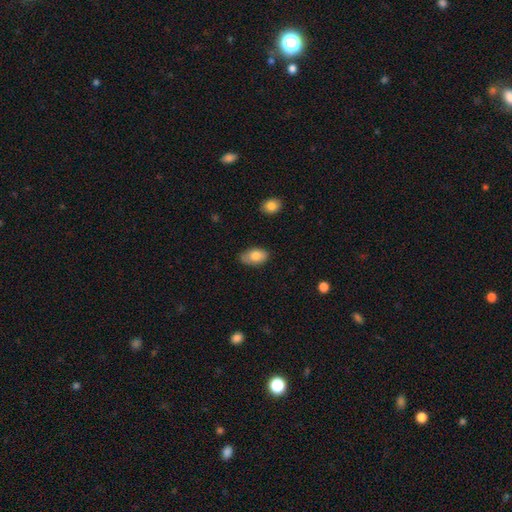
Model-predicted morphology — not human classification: smooth_or_featured: smooth (p=0.80) [alt: featured or disk p=0.13]
how_rounded: in between (p=0.93) [alt: round p=0.06]
merging: none (p=0.75) [alt: minor disturbance p=0.20]